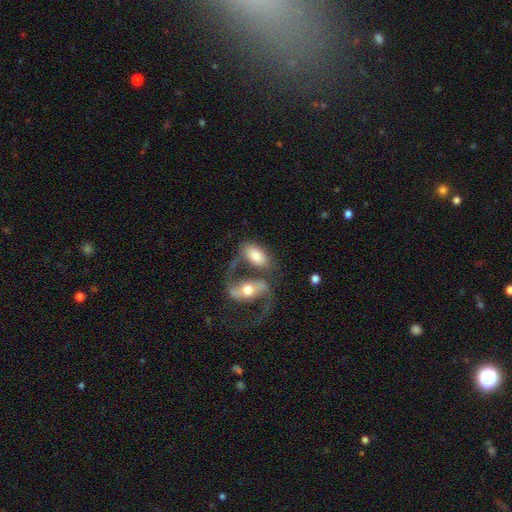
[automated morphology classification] This is possibly a smooth galaxy (55%). How rounded: clearly in between (92%). Merging: possibly merger (45%).